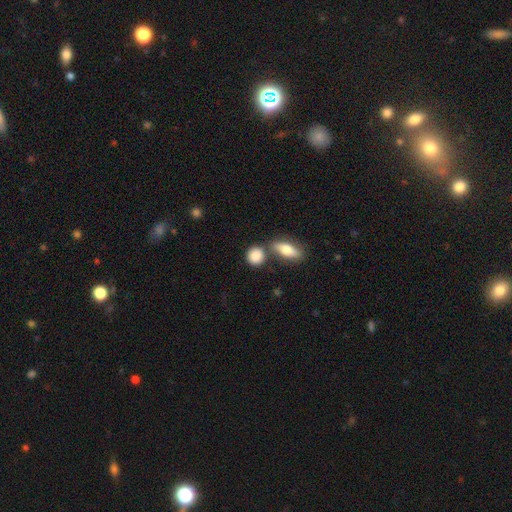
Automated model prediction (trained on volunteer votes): Morphology: type=smooth (86%); roundness=round (70%); merging=none (65%).